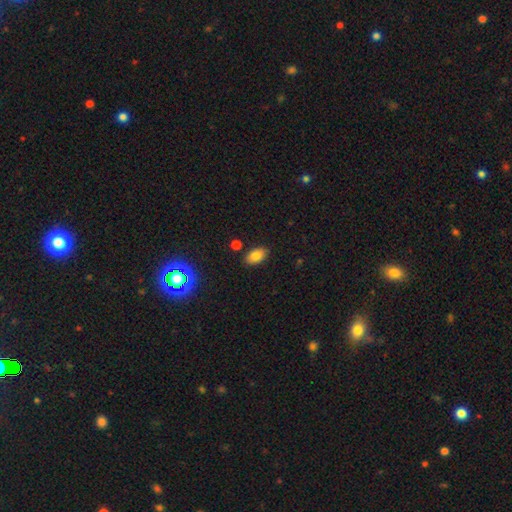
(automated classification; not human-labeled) Smooth or featured? smooth (81%)
How rounded? in between (92%)
Merging? none (84%)